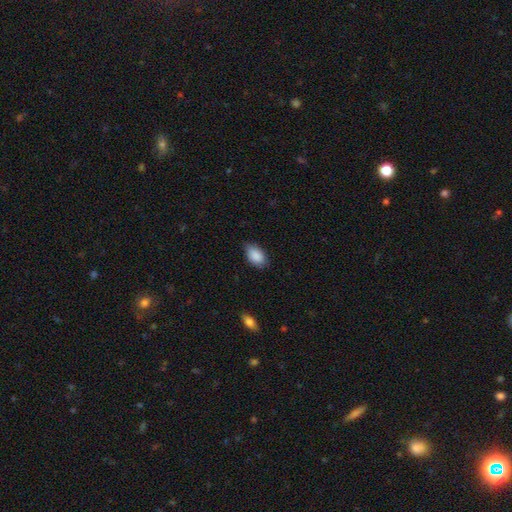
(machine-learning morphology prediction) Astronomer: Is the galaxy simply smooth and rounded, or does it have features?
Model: smooth — 88%.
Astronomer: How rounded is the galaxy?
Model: in between — 92%.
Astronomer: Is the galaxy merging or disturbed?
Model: none — 75%.